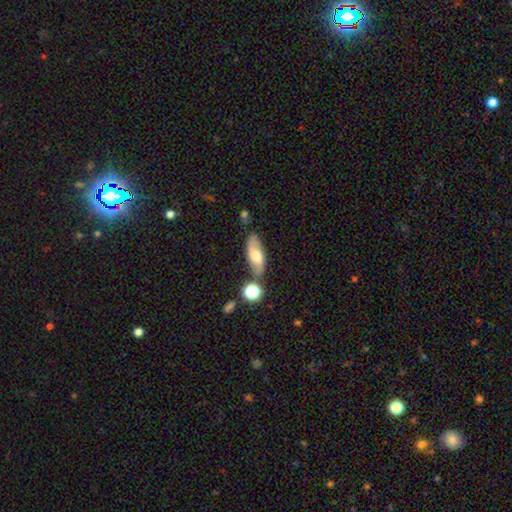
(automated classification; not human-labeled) smooth 47%, featured or disk 44%, star or artifact 9%. Down the decision tree: merging — none (70%).